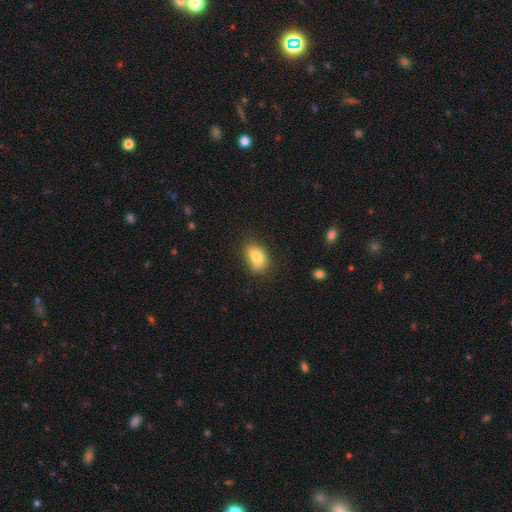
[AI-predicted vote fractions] A smooth galaxy with no disk features (81%) that is in between round and cigar-shaped (81%).

Vote fractions:
- Smooth or featured? smooth: 81% / featured or disk: 10% / star or artifact: 9%
- How rounded? in between: 81% / round: 18% / cigar-shaped: 1%
- Merging? none: 68% / minor disturbance: 24% / major disturbance: 5% / merger: 3%